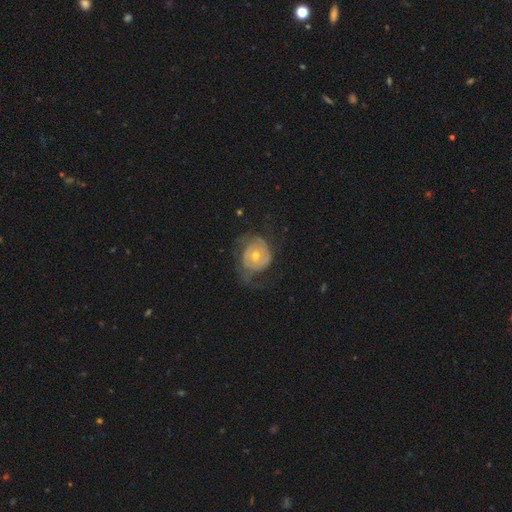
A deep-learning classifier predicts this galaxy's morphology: A featured or disk galaxy (75%) with no bar (76%), 2 (43%) tight (53%) spiral arms (84%) and a moderate central bulge (61%). Merging: none (51%).